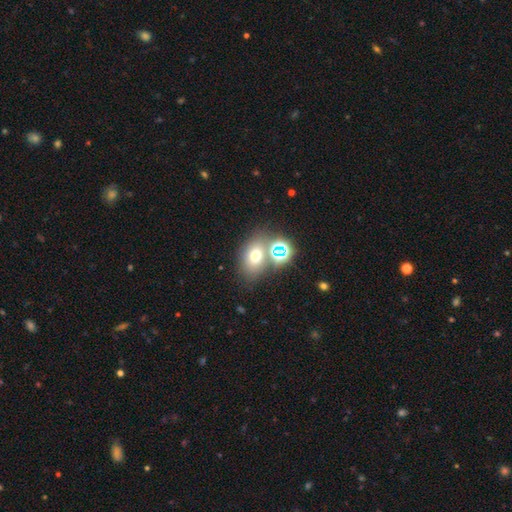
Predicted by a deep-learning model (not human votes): Overall: smooth (64%). How rounded: in between (61%; round 38%). Merging: none (60%; merger 24%).